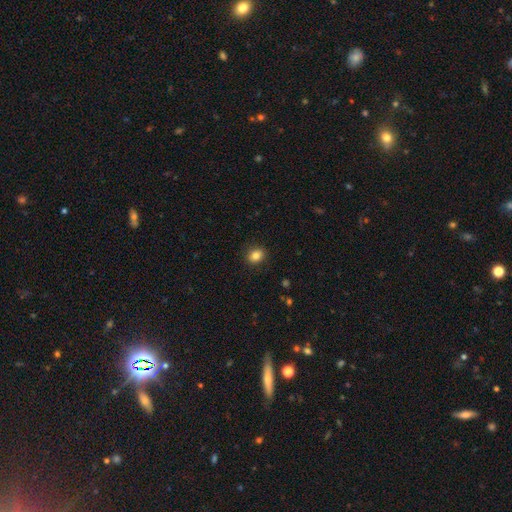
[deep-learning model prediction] Morphology: type=smooth (85%); roundness=in between (50%); merging=none (90%).